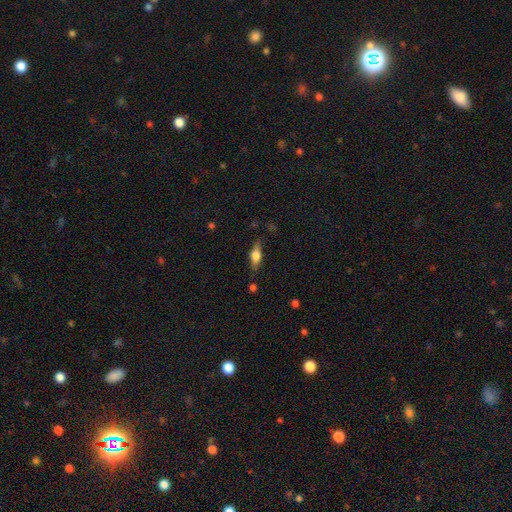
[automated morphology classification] smooth-or-featured: smooth: 53% | featured or disk: 40% | star or artifact: 7%
  how-rounded: in between: 61% | cigar-shaped: 34% | round: 5%
  merging: none: 75% | minor disturbance: 18% | major disturbance: 5% | merger: 2%